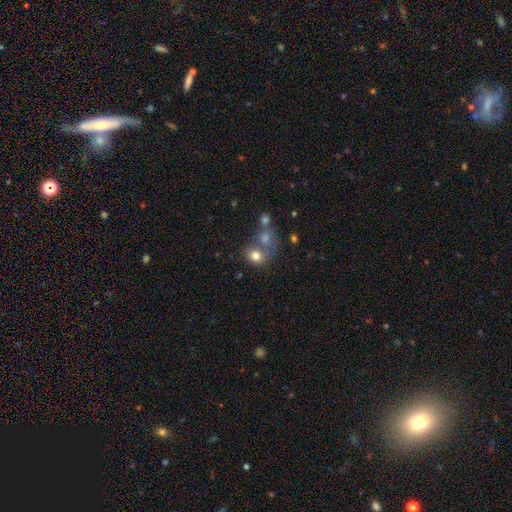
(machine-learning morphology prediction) A smooth galaxy with no disk features (76%) that is round (64%).

Vote fractions:
- Smooth or featured? smooth: 76% / star or artifact: 12% / featured or disk: 12%
- How rounded? round: 64% / in between: 35% / cigar-shaped: 1%
- Merging? none: 44% / merger: 37% / minor disturbance: 12% / major disturbance: 8%